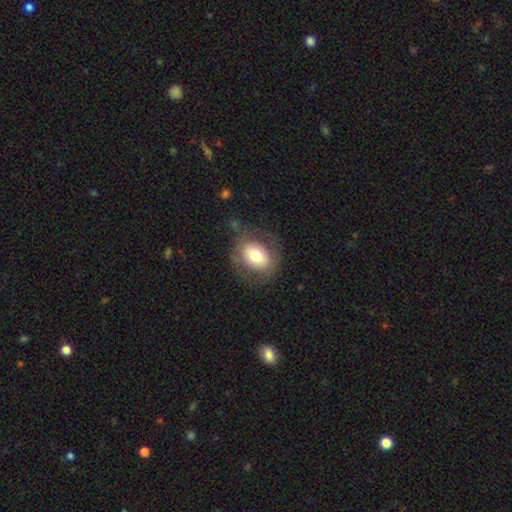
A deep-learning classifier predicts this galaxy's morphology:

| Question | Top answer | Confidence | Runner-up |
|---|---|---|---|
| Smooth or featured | smooth | 62% | featured or disk (31%) |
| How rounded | in between | 58% | round (41%) |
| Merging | none | 70% | minor disturbance (17%) |